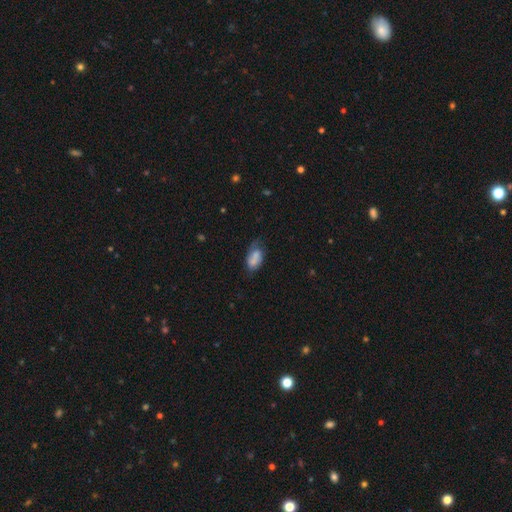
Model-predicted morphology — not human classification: Overall: smooth (62%; featured or disk 28%). How rounded: in between (89%). Merging: none (43%; minor disturbance 29%).